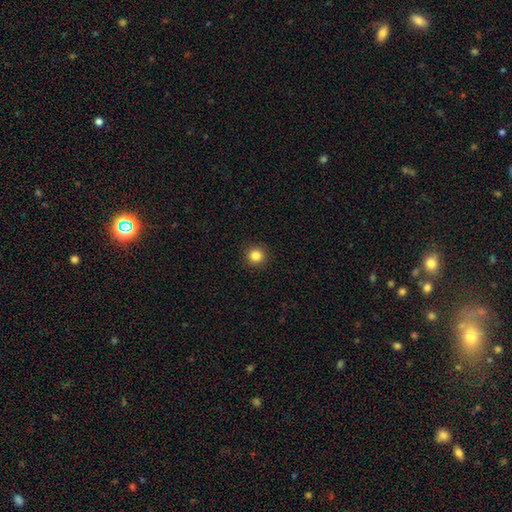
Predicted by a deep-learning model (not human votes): A smooth galaxy with no disk features (84%) that is round (95%). Merging: none (92%).